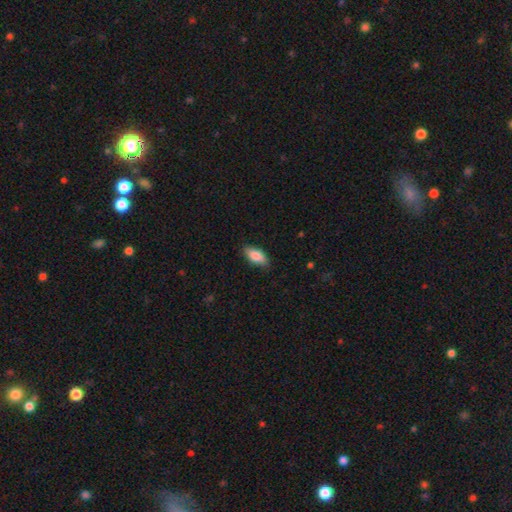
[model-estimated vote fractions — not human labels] A smooth galaxy with no disk features (83%) that is in between round and cigar-shaped (85%).

Vote fractions:
- Smooth or featured? smooth: 83% / featured or disk: 11% / star or artifact: 6%
- How rounded? in between: 85% / cigar-shaped: 12% / round: 3%
- Merging? none: 84% / minor disturbance: 13% / major disturbance: 2% / merger: 1%